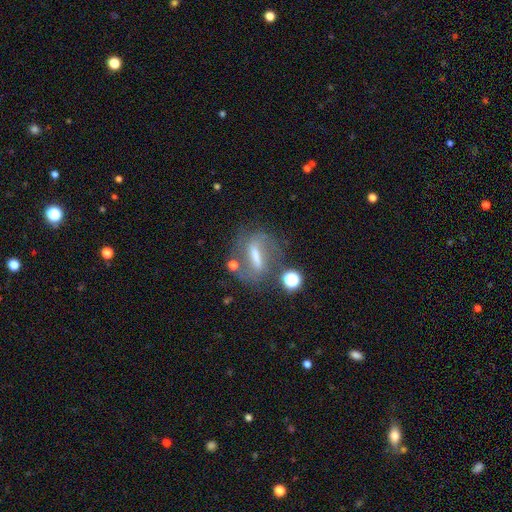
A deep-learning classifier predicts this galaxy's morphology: Overall: featured or disk (63%; smooth 24%). Edge-on disk: no (81%). Bar: strong (64%; weak 26%). Spiral arms: yes (63%; no 37%). Bulge size: moderate (33%; none 29%). Merging: none (59%).